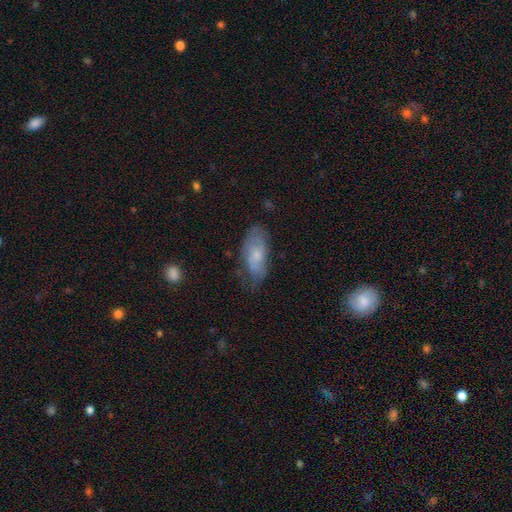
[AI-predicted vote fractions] Smooth or featured? smooth (56%)
How rounded? in between (86%)
Merging? none (58%)